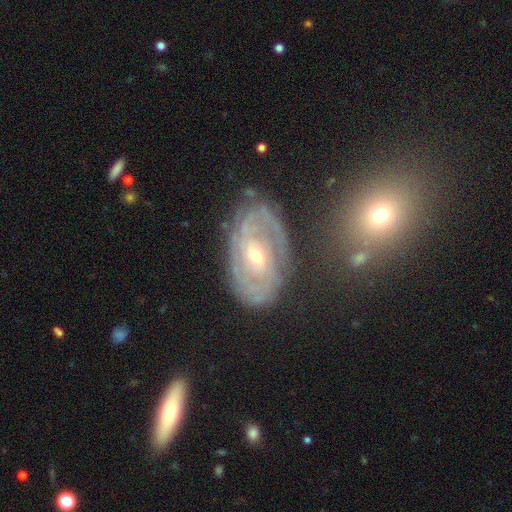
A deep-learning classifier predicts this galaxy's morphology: This is clearly a featured or disk galaxy (84%). It is clearly not viewed edge-on (95%). Bar: marginally weak (45%). Spiral arm pattern: clearly yes (91%). Spiral arm count: possibly 2 (46%). Spiral winding: likely tight (65%). Central bulge: possibly small (51%). Merging: likely none (75%).